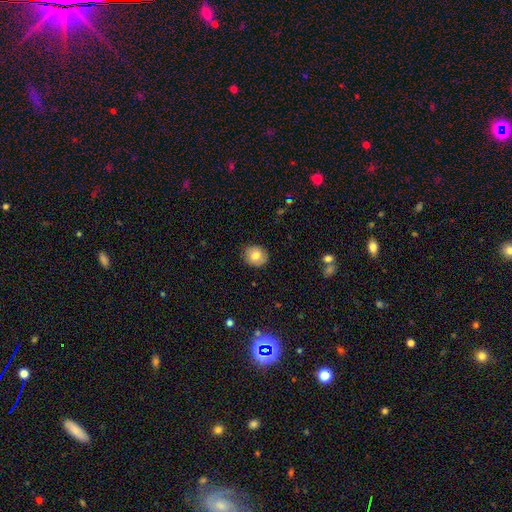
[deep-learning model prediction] Smooth or featured? smooth (80%)
How rounded? round (79%)
Merging? none (88%)